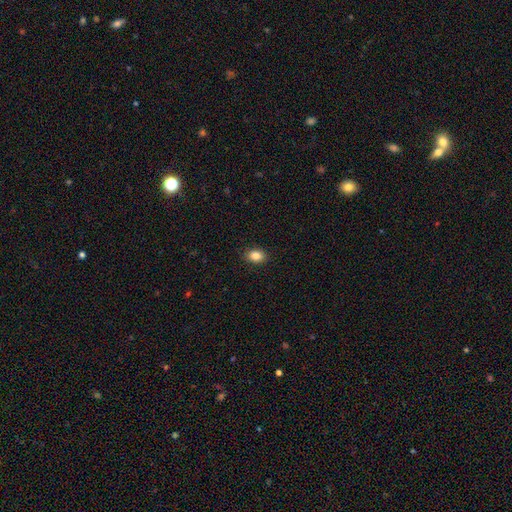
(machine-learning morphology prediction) Smooth or featured? Predicted: smooth (p=0.86). How rounded? Predicted: in between (p=0.74). Merging? Predicted: none (p=0.89).